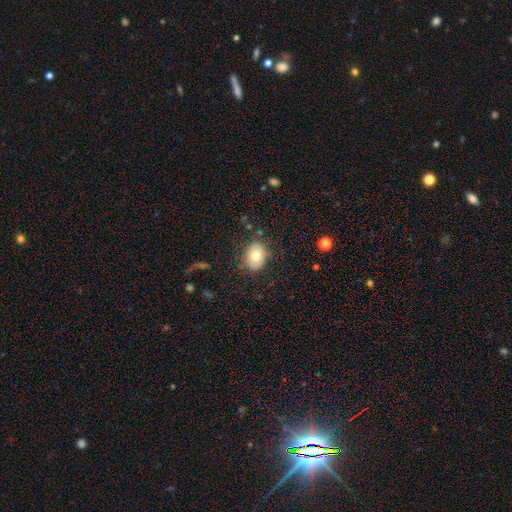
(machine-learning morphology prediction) This is likely a smooth galaxy (73%). How rounded: likely in between (67%). Merging: clearly none (81%).